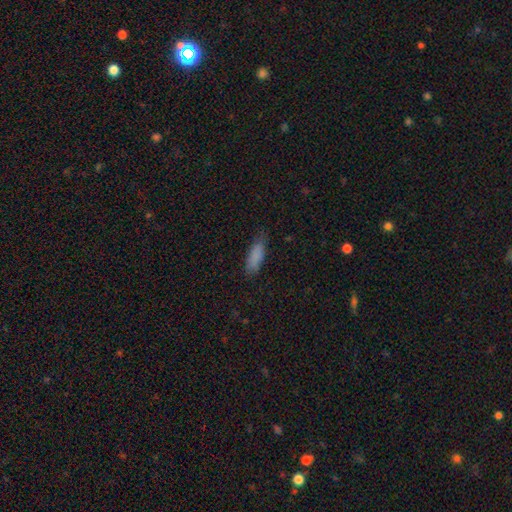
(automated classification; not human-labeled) Morphology: type=smooth (86%); roundness=in between (58%); merging=none (76%).